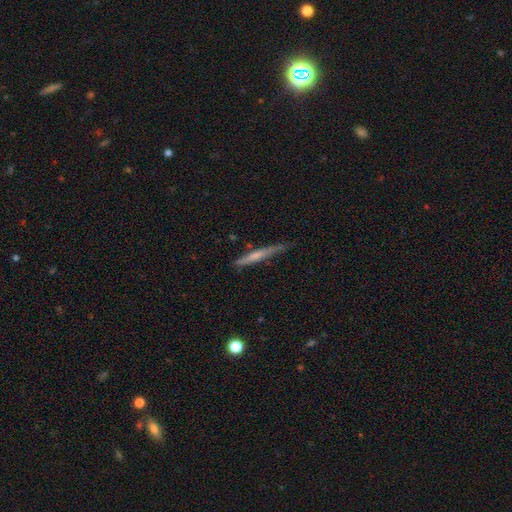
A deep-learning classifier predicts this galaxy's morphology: type=smooth (51%); roundness=cigar-shaped (95%); merging=none (71%).